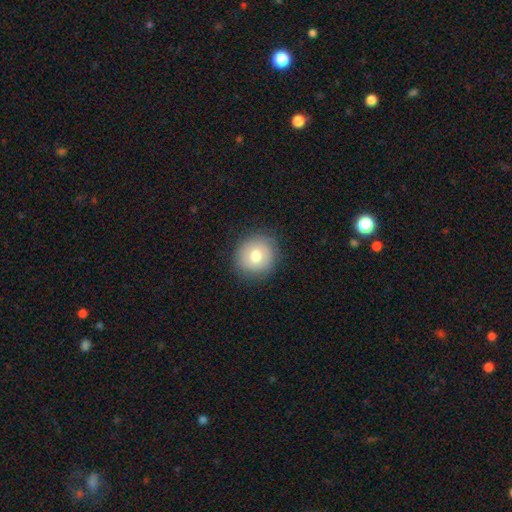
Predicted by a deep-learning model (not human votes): Smooth or featured?
  - smooth: 73% *
  - featured or disk: 17%
  - star or artifact: 10%
How rounded?
  - round: 88% *
  - in between: 11%
  - cigar-shaped: 1%
Merging?
  - none: 87% *
  - minor disturbance: 9%
  - major disturbance: 3%
  - merger: 1%